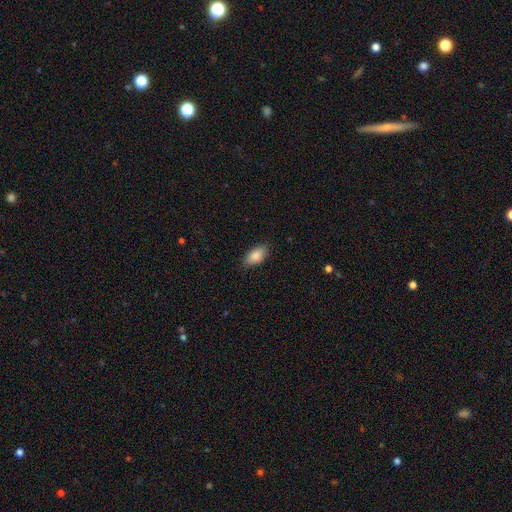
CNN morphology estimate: Q: Smooth or featured?
A: smooth (88%); runner-up: star or artifact (7%)
Q: How rounded?
A: in between (92%); runner-up: cigar-shaped (5%)
Q: Merging?
A: none (85%); runner-up: minor disturbance (11%)